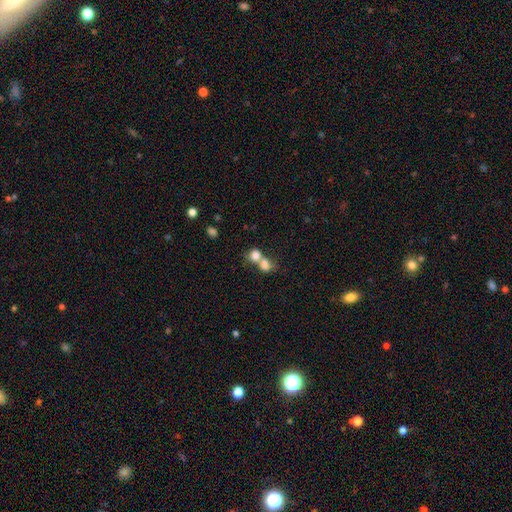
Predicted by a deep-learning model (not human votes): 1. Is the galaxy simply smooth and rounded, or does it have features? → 76% smooth, 13% featured or disk, 10% star or artifact.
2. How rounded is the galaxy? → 63% round, 35% in between, 1% cigar-shaped.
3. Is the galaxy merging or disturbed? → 66% merger, 24% none, 6% minor disturbance, 4% major disturbance.